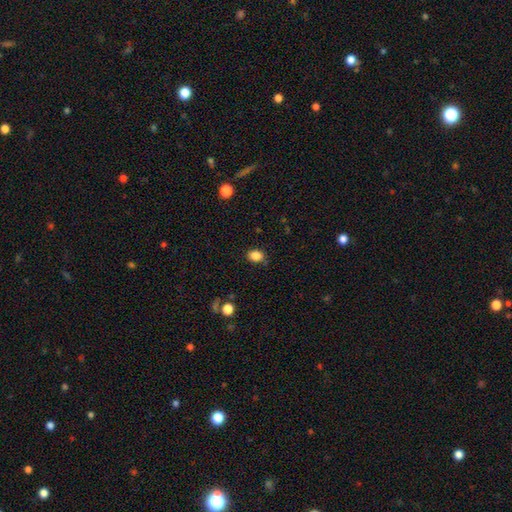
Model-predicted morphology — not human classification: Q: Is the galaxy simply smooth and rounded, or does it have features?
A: smooth — 85%.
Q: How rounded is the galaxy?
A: in between — 61%.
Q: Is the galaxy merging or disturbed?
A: none — 80%.